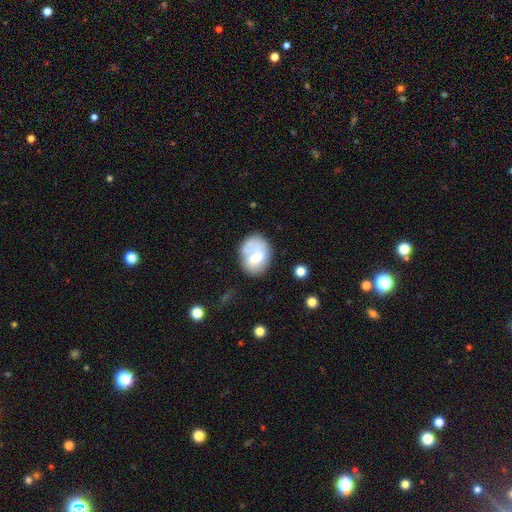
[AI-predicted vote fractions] Smooth or featured?
  - smooth: 60% *
  - featured or disk: 32%
  - star or artifact: 8%
How rounded?
  - in between: 55% *
  - round: 44%
  - cigar-shaped: 1%
Merging?
  - none: 48% *
  - minor disturbance: 24%
  - major disturbance: 15%
  - merger: 13%